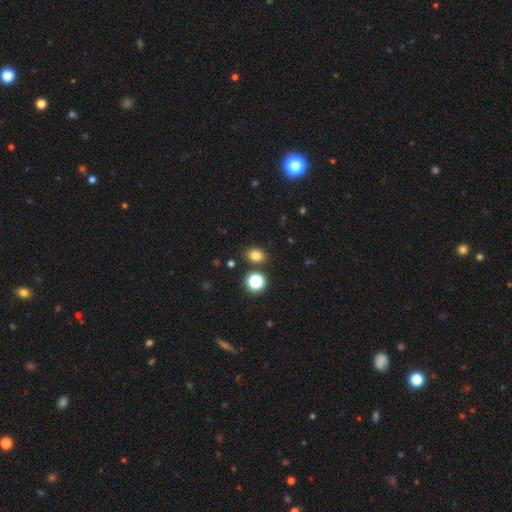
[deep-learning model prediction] Overall: smooth (79%). How rounded: in between (52%; round 47%). Merging: none (82%).